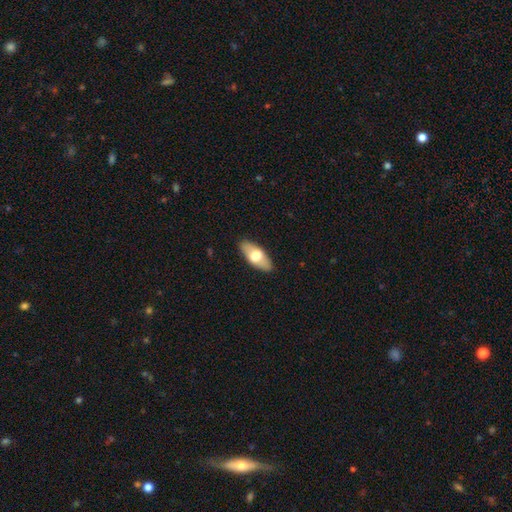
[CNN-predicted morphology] type=smooth (62%); roundness=in between (84%); merging=none (88%).